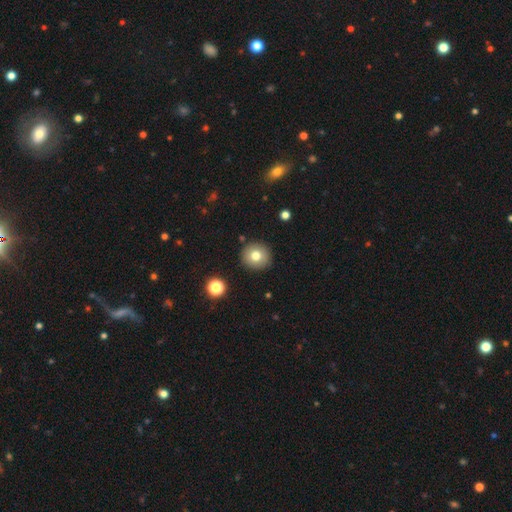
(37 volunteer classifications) This appears to be a smooth galaxy with no disk features (76%) that is round (93%). Merging: none (89%).